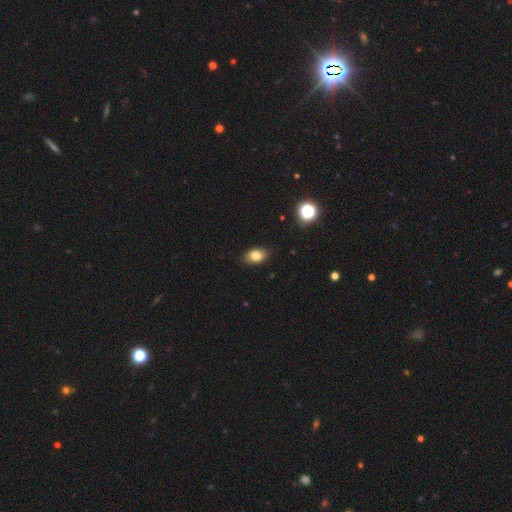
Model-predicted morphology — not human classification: A smooth galaxy with no disk features (82%) that is in between round and cigar-shaped (84%). Merging: none (87%).